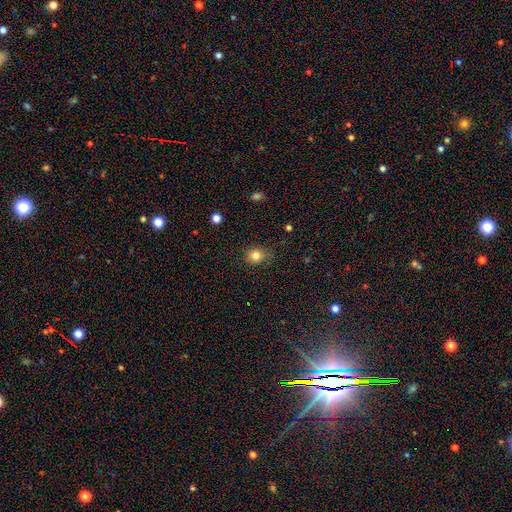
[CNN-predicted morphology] Smooth or featured? Predicted: smooth (p=0.81). How rounded? Predicted: round (p=0.77). Merging? Predicted: none (p=0.80).